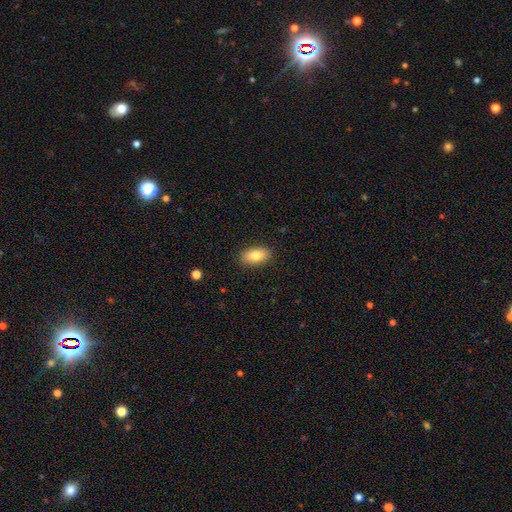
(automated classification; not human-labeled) The model was most divided on "smooth or featured": smooth: 80%, featured or disk: 12%, star or artifact: 7%. More confident: how rounded — in between (91%); merging — none (88%).